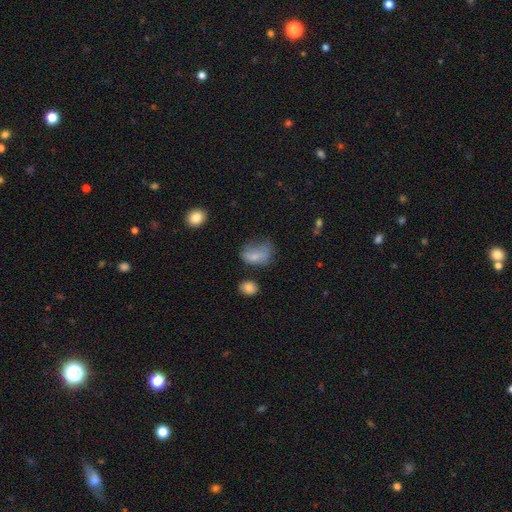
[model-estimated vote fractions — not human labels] A smooth galaxy with no disk features (69%) that is in between round and cigar-shaped (79%). Merging: none (33%, tied with minor disturbance).